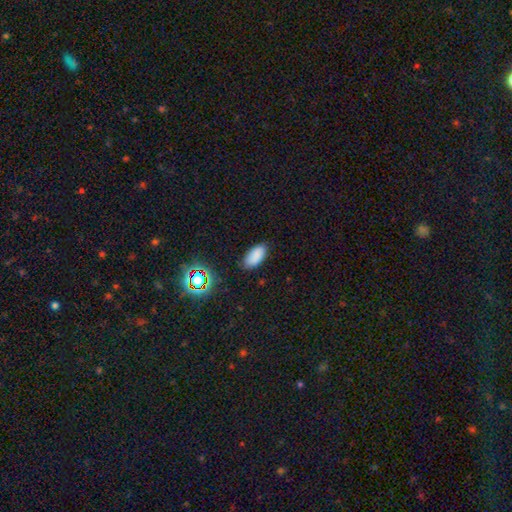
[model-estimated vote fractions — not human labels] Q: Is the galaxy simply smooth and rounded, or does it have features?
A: smooth — 83%.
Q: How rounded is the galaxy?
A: in between — 93%.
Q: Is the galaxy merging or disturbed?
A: none — 83%.